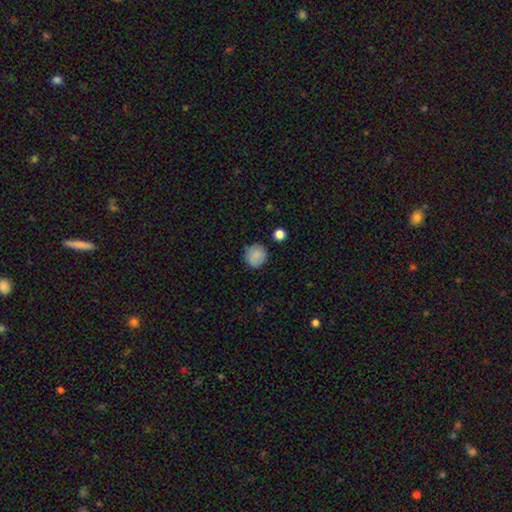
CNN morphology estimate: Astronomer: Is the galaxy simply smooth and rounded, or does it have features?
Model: smooth — 87%.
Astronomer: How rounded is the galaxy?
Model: round — 92%.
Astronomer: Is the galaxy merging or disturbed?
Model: none — 85%.